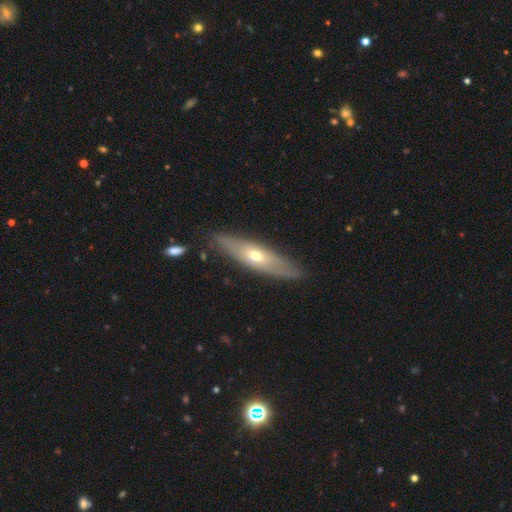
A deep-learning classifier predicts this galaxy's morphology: Overall: featured or disk (57%; smooth 37%). Edge-on disk: yes (58%; no 42%). Merging: none (84%).